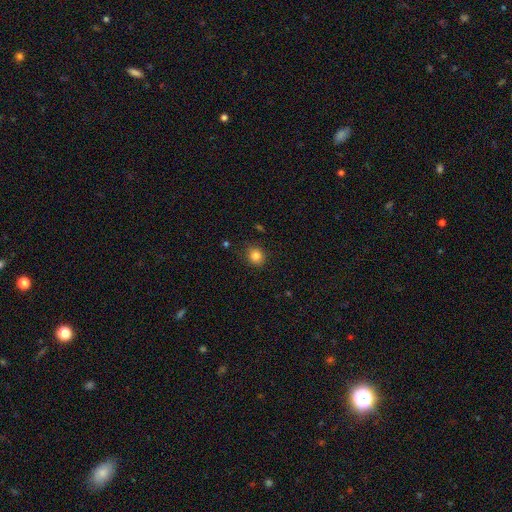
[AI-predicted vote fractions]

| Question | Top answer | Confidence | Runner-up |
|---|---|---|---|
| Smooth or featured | smooth | 83% | star or artifact (12%) |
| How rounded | round | 80% | in between (19%) |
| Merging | none | 86% | minor disturbance (10%) |